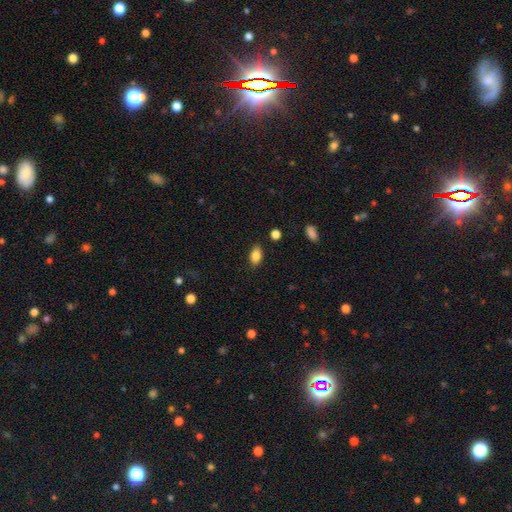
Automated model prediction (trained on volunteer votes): This is clearly a smooth galaxy (84%). How rounded: clearly in between (90%). Merging: clearly none (85%).